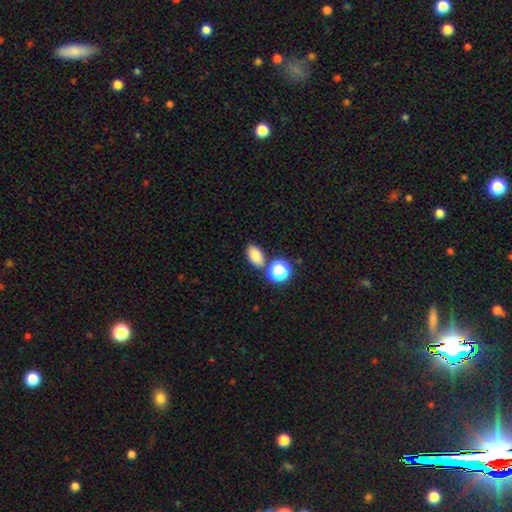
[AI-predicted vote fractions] A smooth galaxy with no disk features (83%) that is in between round and cigar-shaped (86%). Merging: none (74%).